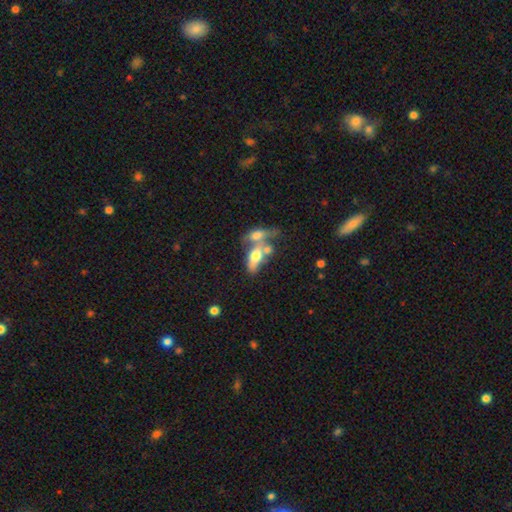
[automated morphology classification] smooth-or-featured: smooth: 56% | featured or disk: 36% | star or artifact: 8%
  how-rounded: in between: 78% | cigar-shaped: 17% | round: 5%
  merging: merger: 64% | none: 19% | minor disturbance: 9% | major disturbance: 8%